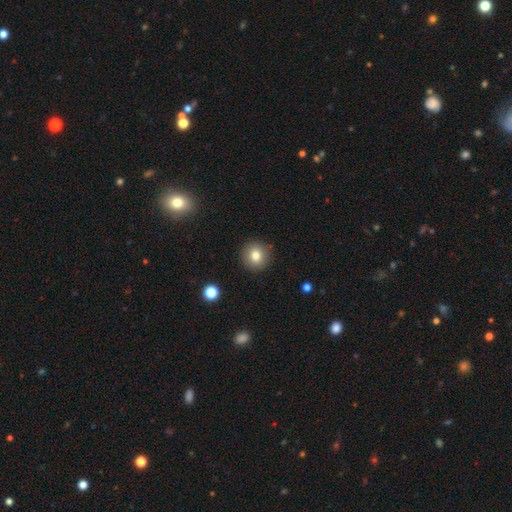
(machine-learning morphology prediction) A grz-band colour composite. It shows a smooth galaxy with no disk features (80%) that is round (94%). Merging: none (91%).